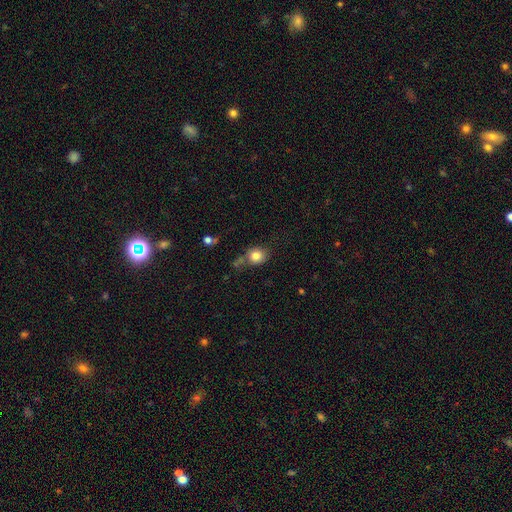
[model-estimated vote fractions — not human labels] Q: Smooth or featured?
A: smooth (81%); runner-up: star or artifact (10%)
Q: How rounded?
A: round (73%); runner-up: in between (26%)
Q: Merging?
A: none (59%); runner-up: minor disturbance (20%)